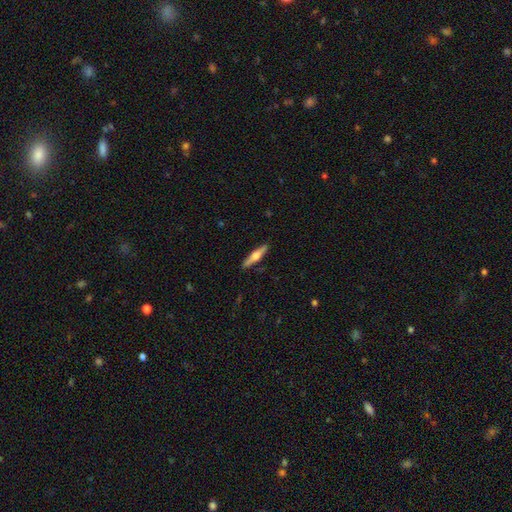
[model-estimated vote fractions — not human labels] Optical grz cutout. It shows a featured or disk galaxy (53%) viewed edge-on (95%) with a rounded central bulge (91%). Merging: none (90%).